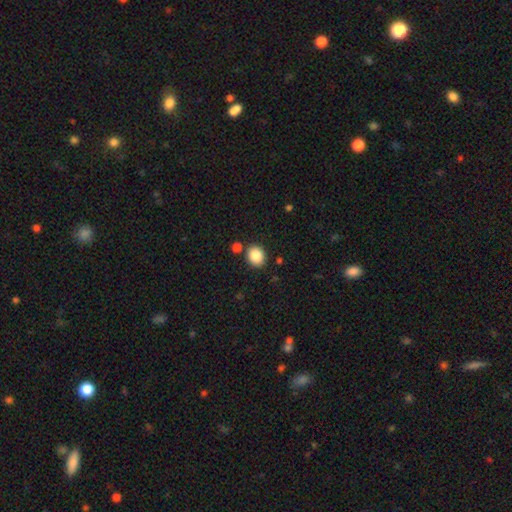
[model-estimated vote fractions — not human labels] smooth_or_featured: smooth (p=0.86) [alt: star or artifact p=0.09]
how_rounded: round (p=0.64) [alt: in between p=0.35]
merging: none (p=0.83) [alt: minor disturbance p=0.08]